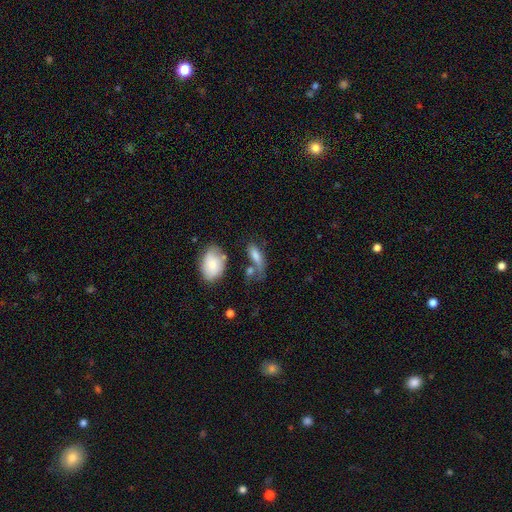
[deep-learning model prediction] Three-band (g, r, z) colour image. It shows a smooth galaxy with no disk features (72%) that is in between round and cigar-shaped (67%). Merging: none (43%).